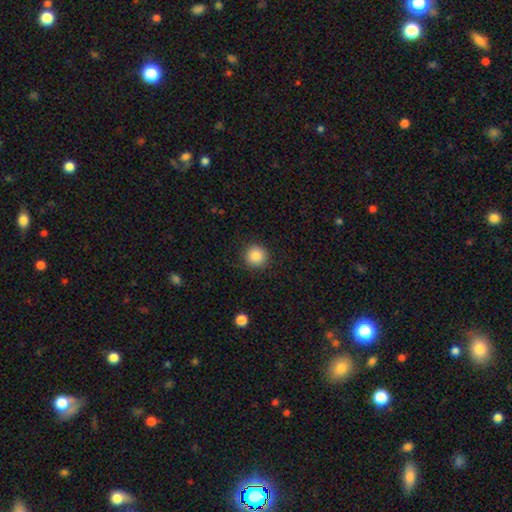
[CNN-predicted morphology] The model was most divided on "smooth or featured": smooth: 86%, star or artifact: 9%, featured or disk: 4%. More confident: how rounded — round (95%); merging — none (90%).